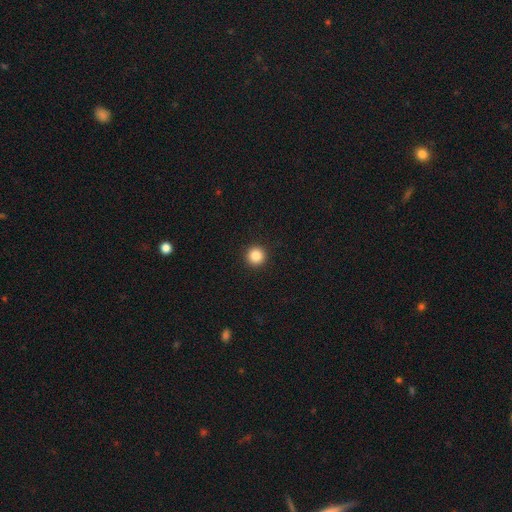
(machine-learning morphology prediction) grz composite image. It shows a smooth galaxy with no disk features (86%) that is round (96%). Merging: none (94%).